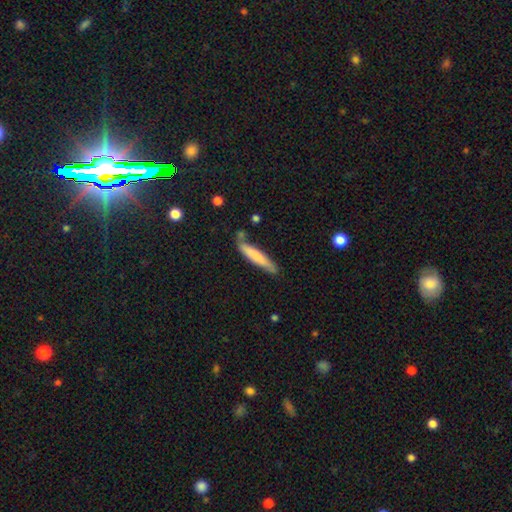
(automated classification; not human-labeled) Smooth or featured? Predicted: smooth (p=0.72). How rounded? Predicted: cigar-shaped (p=0.89). Merging? Predicted: none (p=0.70).